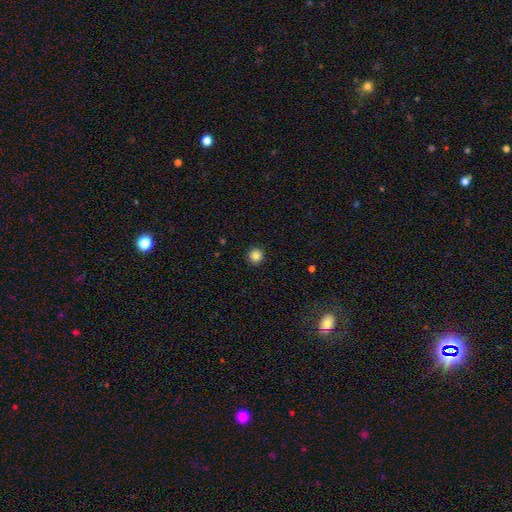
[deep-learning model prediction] This is clearly a smooth galaxy (85%). How rounded: clearly round (95%). Merging: clearly none (92%).